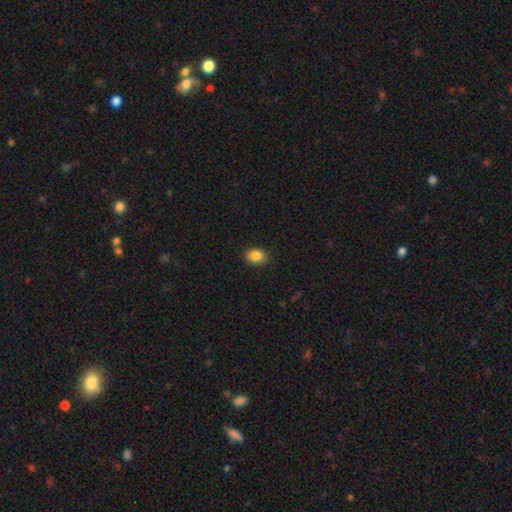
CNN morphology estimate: This is clearly a smooth galaxy (86%). How rounded: likely in between (66%). Merging: clearly none (89%).